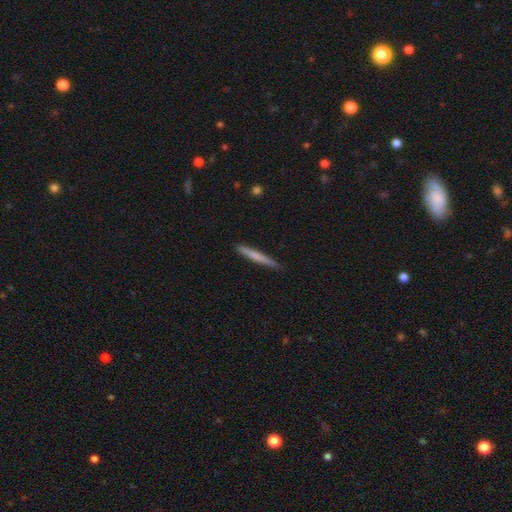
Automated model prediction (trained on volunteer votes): smooth_or_featured: smooth (p=0.64) [alt: featured or disk p=0.31]
how_rounded: cigar-shaped (p=0.96) [alt: in between p=0.03]
merging: none (p=0.86) [alt: minor disturbance p=0.11]